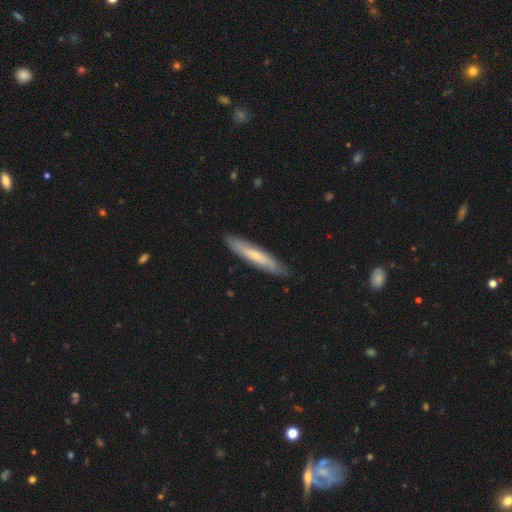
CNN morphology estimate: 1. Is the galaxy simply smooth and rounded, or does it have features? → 50% smooth, 45% featured or disk, 5% star or artifact.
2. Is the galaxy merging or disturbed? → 85% none, 11% minor disturbance, 2% major disturbance, 1% merger.